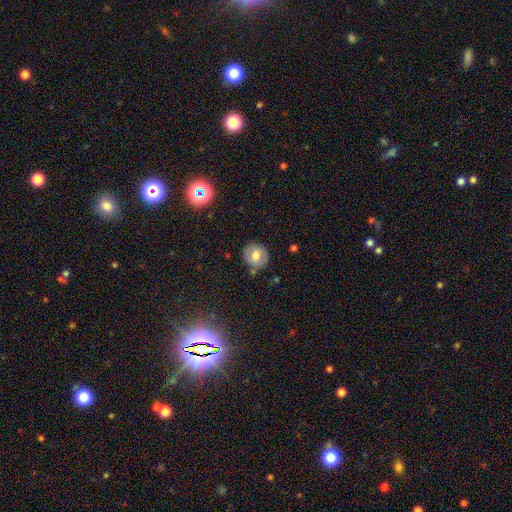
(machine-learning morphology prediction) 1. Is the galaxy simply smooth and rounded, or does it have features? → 66% smooth, 24% featured or disk, 10% star or artifact.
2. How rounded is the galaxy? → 86% round, 13% in between, 1% cigar-shaped.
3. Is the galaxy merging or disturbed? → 78% none, 15% minor disturbance, 3% merger, 3% major disturbance.